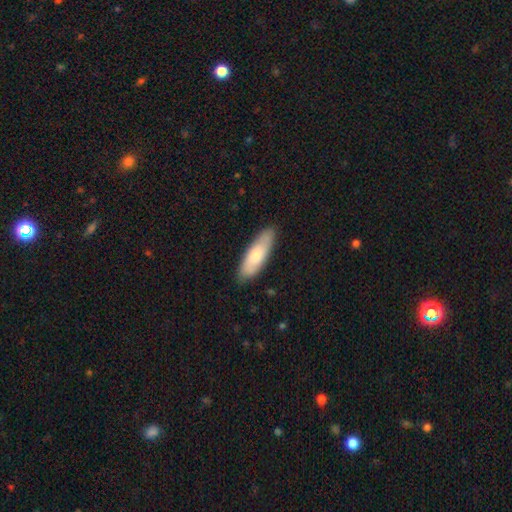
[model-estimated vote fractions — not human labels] Smooth or featured: smooth — 72% (featured or disk — 23%)
How rounded: in between — 52% (cigar-shaped — 46%)
Merging: none — 84% (minor disturbance — 13%)